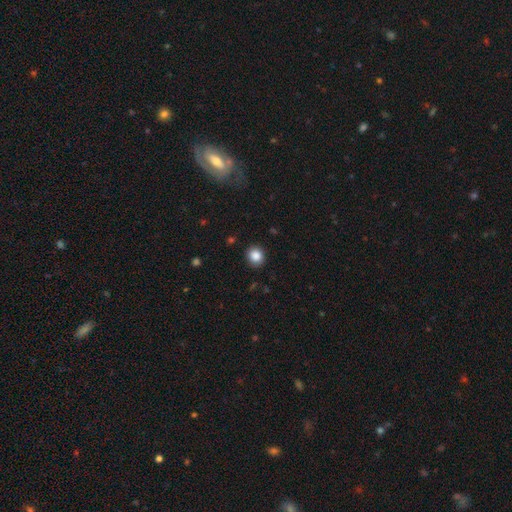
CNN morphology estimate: A smooth galaxy with no disk features (87%) that is round (81%).

Vote fractions:
- Smooth or featured? smooth: 87% / star or artifact: 10% / featured or disk: 4%
- How rounded? round: 81% / in between: 18% / cigar-shaped: 1%
- Merging? none: 88% / minor disturbance: 8% / major disturbance: 2% / merger: 1%